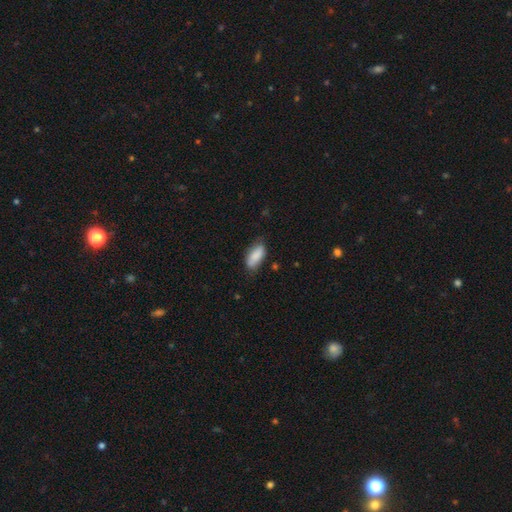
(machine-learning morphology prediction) Smooth or featured? Predicted: smooth (p=0.86). How rounded? Predicted: in between (p=0.86). Merging? Predicted: none (p=0.69).